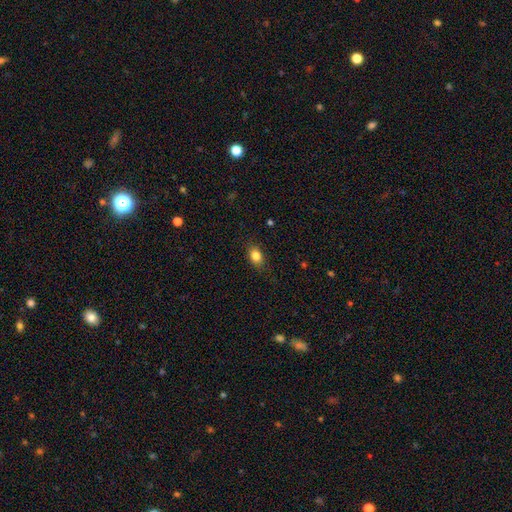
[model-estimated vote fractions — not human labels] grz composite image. It shows a smooth galaxy with no disk features (83%) that is in between round and cigar-shaped (71%). Merging: none (83%).